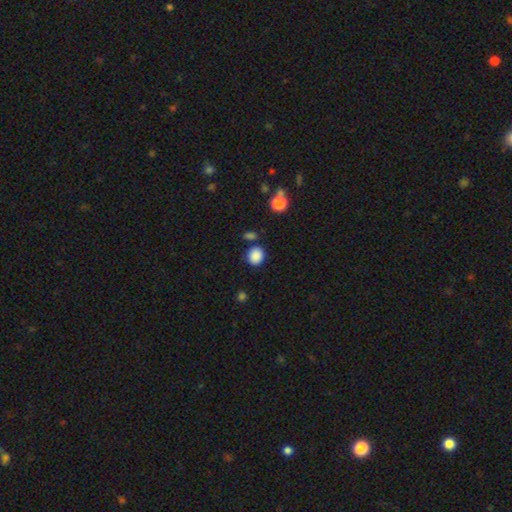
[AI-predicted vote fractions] smooth-or-featured: smooth: 87% | star or artifact: 10% | featured or disk: 3%
  how-rounded: round: 70% | in between: 29% | cigar-shaped: 1%
  merging: none: 80% | minor disturbance: 11% | merger: 6% | major disturbance: 3%